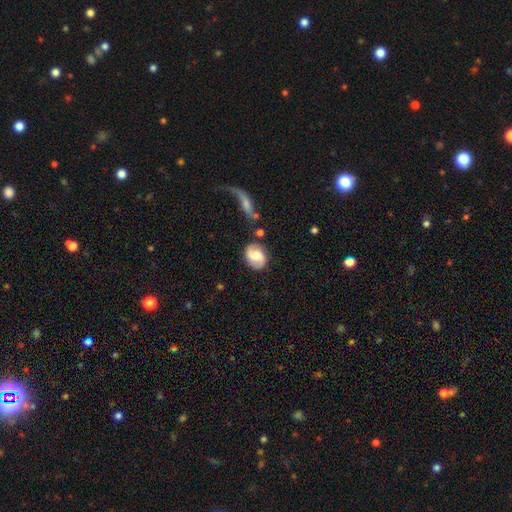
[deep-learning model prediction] Q: Smooth or featured?
A: featured or disk (57%); runner-up: smooth (36%)
Q: Edge-on disk?
A: no (97%); runner-up: yes (3%)
Q: Bar?
A: no (49%); runner-up: weak (40%)
Q: Spiral arms?
A: yes (90%); runner-up: no (10%)
Q: Bulge size?
A: moderate (44%); runner-up: large (24%)
Q: Merging?
A: none (73%); runner-up: minor disturbance (16%)